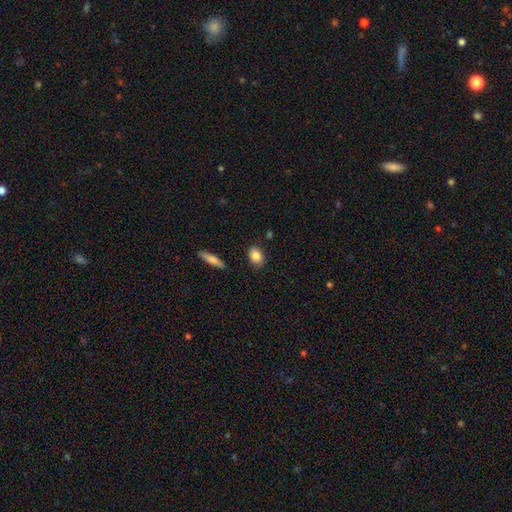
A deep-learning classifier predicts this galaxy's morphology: smooth_or_featured: smooth (p=0.86) [alt: star or artifact p=0.07]
how_rounded: in between (p=0.79) [alt: round p=0.19]
merging: none (p=0.85) [alt: minor disturbance p=0.11]